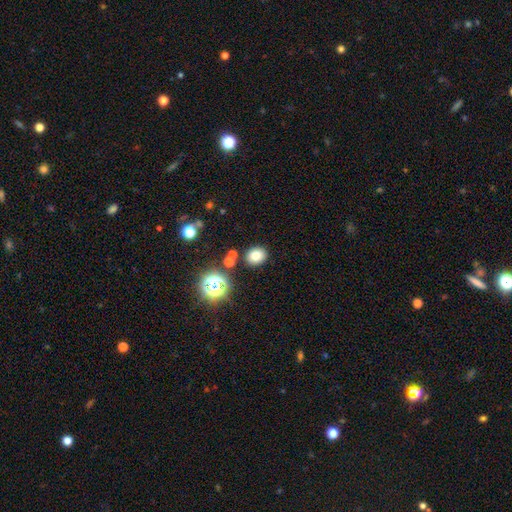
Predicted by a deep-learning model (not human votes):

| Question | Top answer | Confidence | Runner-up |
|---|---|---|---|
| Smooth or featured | smooth | 77% | star or artifact (16%) |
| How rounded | round | 67% | in between (32%) |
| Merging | none | 85% | minor disturbance (8%) |